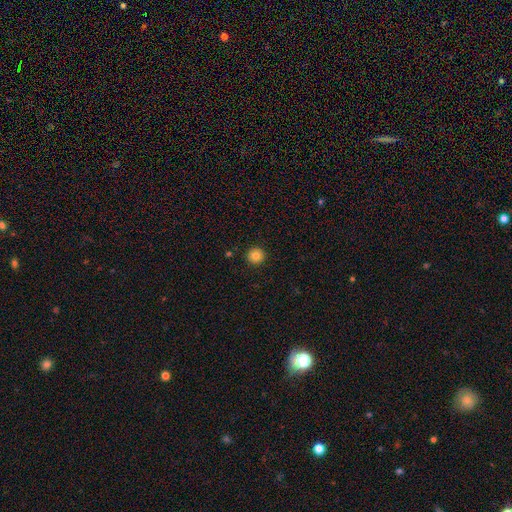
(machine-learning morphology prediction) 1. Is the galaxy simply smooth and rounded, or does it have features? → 83% smooth, 11% star or artifact, 6% featured or disk.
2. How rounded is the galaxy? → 95% round, 4% in between, 1% cigar-shaped.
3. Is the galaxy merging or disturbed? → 93% none, 5% minor disturbance, 2% major disturbance, 1% merger.